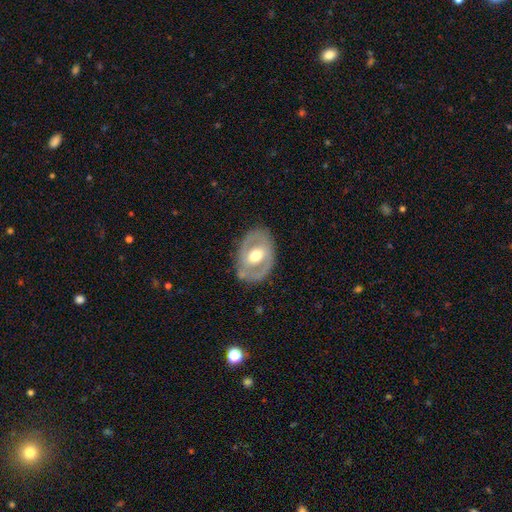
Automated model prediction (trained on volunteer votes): smooth-or-featured: featured or disk: 66% | smooth: 29% | star or artifact: 5%
  disk-edge-on: no: 93% | yes: 7%
    bar: no: 42% | weak: 37% | strong: 22%
    has-spiral-arms: no: 61% | yes: 39%
    bulge-size: moderate: 71% | large: 18% | small: 9% | dominant: 1% | none: 1%
  merging: none: 78% | minor disturbance: 15% | major disturbance: 6% | merger: 2%